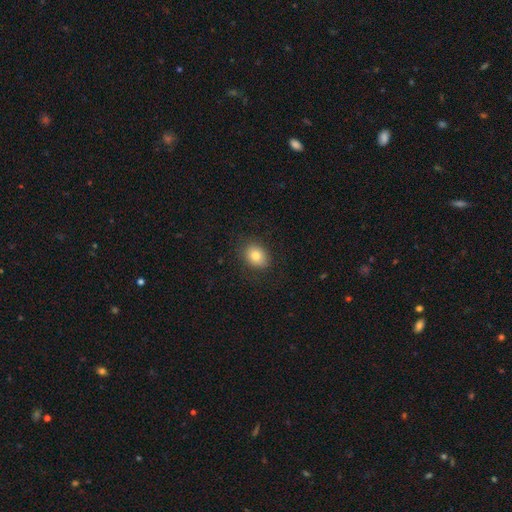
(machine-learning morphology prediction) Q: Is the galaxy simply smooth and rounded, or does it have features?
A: smooth — 82%.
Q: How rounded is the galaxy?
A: in between — 57%.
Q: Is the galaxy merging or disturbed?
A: none — 85%.